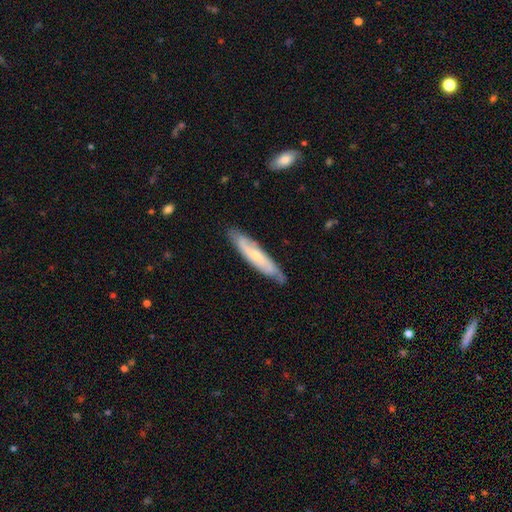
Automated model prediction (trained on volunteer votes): Smooth or featured?
  - featured or disk: 61% *
  - smooth: 33%
  - star or artifact: 6%
Edge-on disk?
  - no: 60% *
  - yes: 40%
Merging?
  - none: 77% *
  - minor disturbance: 18%
  - major disturbance: 3%
  - merger: 2%